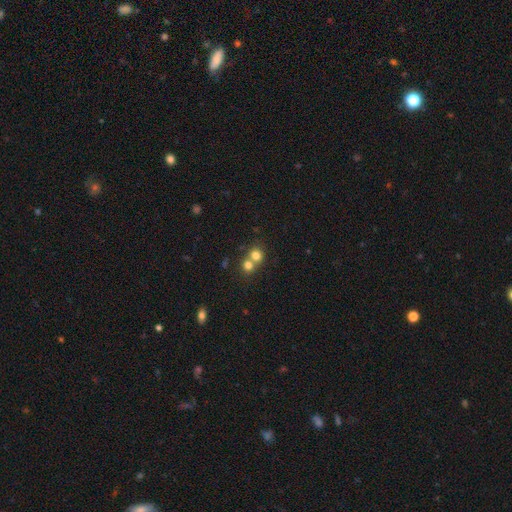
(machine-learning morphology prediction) Overall: smooth (76%). How rounded: round (83%). Merging: merger (55%; none 39%).